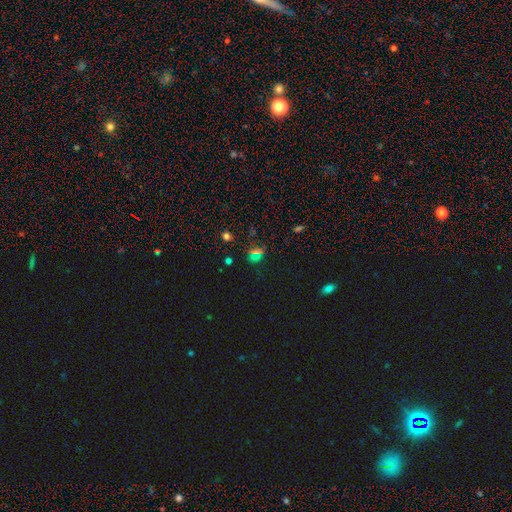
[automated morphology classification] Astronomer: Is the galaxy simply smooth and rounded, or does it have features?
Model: star or artifact — 51% (runner-up: smooth, 41%).